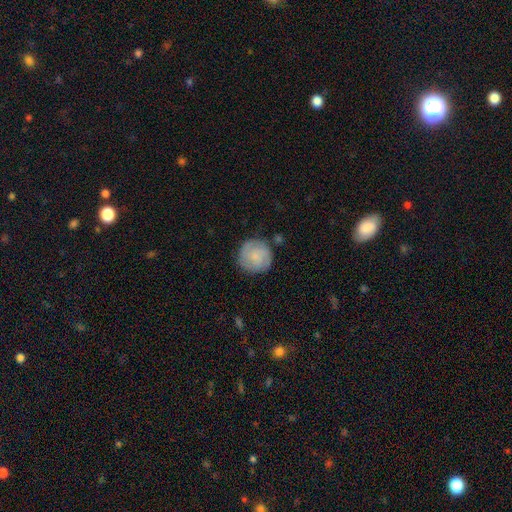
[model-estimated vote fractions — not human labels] This appears to be a smooth galaxy with no disk features (62%) that is round (93%). Merging: none (80%).